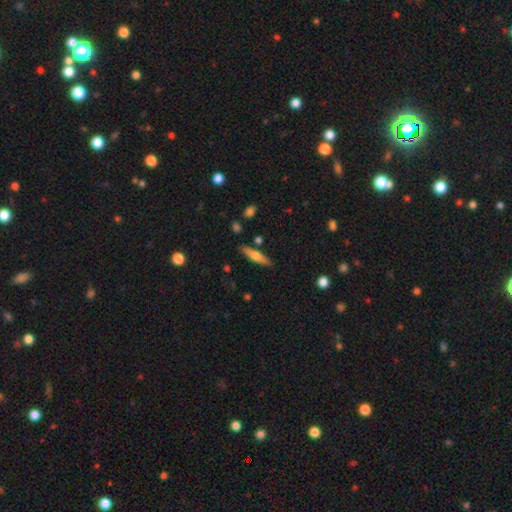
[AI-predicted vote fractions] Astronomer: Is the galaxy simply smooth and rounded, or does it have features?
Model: smooth — 48% (runner-up: featured or disk, 46%).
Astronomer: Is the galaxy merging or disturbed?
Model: none — 85%.